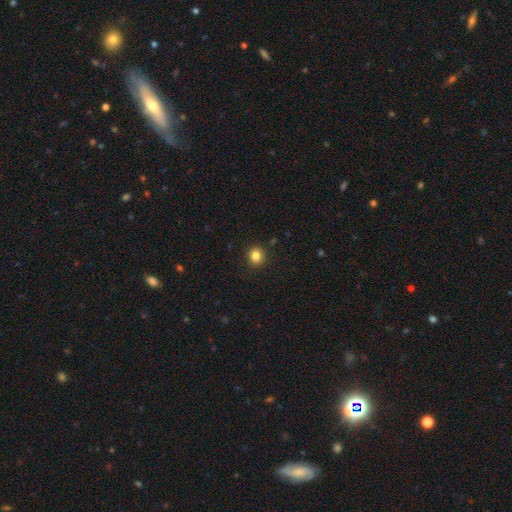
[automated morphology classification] Q: Smooth or featured?
A: smooth (83%); runner-up: star or artifact (11%)
Q: How rounded?
A: round (81%); runner-up: in between (18%)
Q: Merging?
A: none (91%); runner-up: minor disturbance (6%)